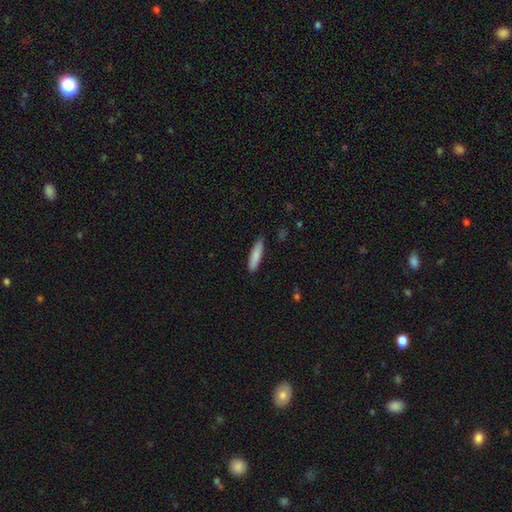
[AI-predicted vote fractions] Smooth or featured?
  - smooth: 84% *
  - featured or disk: 10%
  - star or artifact: 6%
How rounded?
  - cigar-shaped: 75% *
  - in between: 24%
  - round: 1%
Merging?
  - none: 84% *
  - minor disturbance: 13%
  - major disturbance: 2%
  - merger: 1%